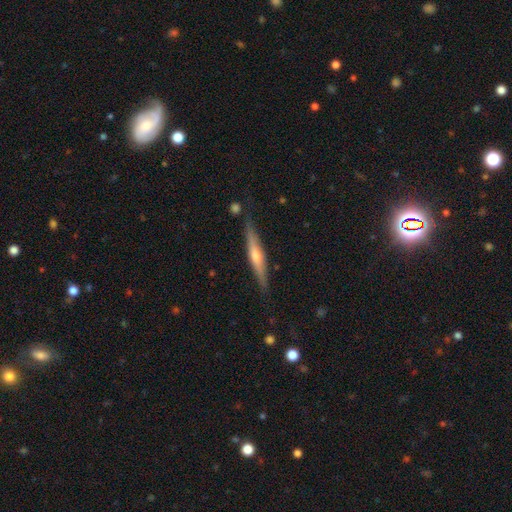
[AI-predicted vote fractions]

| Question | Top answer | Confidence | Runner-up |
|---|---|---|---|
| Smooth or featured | featured or disk | 63% | smooth (31%) |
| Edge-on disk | yes | 95% | no (5%) |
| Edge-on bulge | rounded | 80% | none (12%) |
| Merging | none | 82% | minor disturbance (13%) |